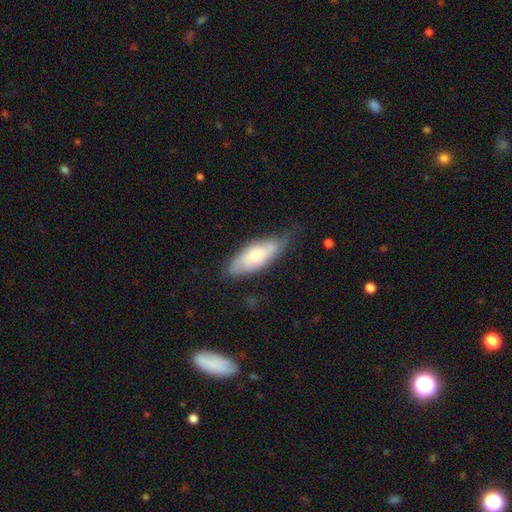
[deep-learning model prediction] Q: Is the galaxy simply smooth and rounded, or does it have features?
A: smooth — 55%.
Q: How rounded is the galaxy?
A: in between — 74%.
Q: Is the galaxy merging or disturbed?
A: none — 60%.